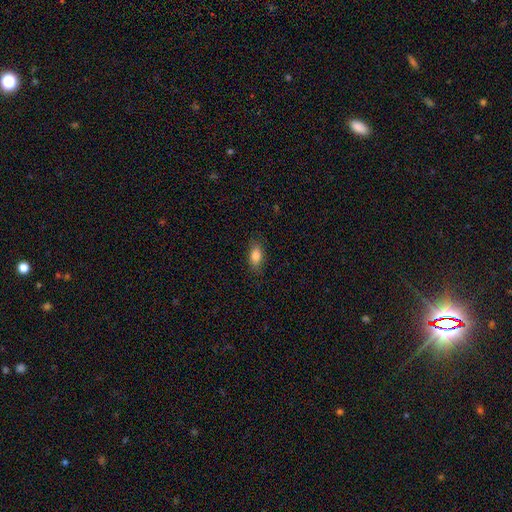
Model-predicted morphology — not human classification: smooth-or-featured: smooth: 84% | star or artifact: 8% | featured or disk: 8%
  how-rounded: in between: 86% | round: 7% | cigar-shaped: 6%
  merging: none: 83% | minor disturbance: 13% | major disturbance: 3% | merger: 1%